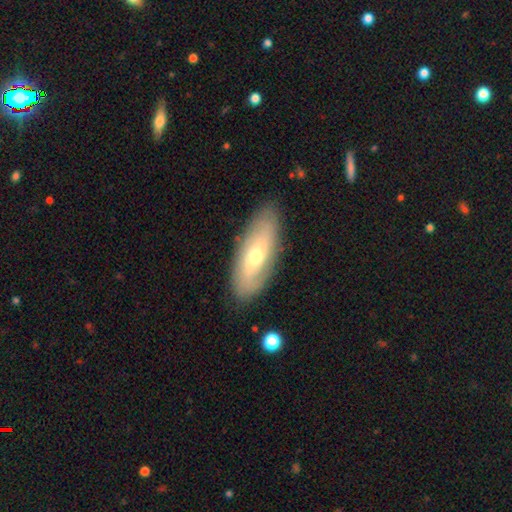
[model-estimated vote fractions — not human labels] smooth-or-featured: featured or disk: 56% | smooth: 37% | star or artifact: 7%
  disk-edge-on: no: 80% | yes: 20%
  merging: none: 84% | minor disturbance: 11% | major disturbance: 3% | merger: 1%